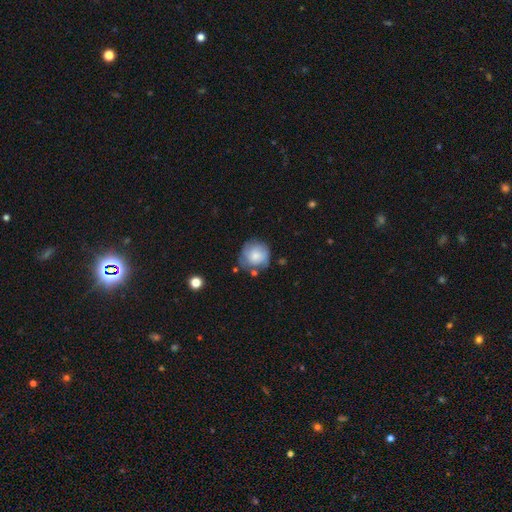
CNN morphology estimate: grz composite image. It shows a smooth galaxy with no disk features (62%) that is round (89%). Merging: none (64%).